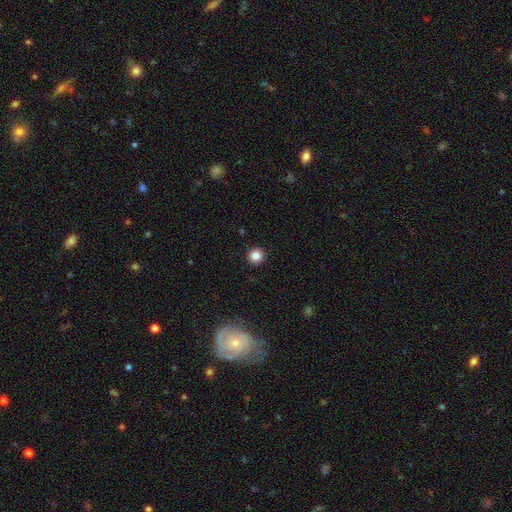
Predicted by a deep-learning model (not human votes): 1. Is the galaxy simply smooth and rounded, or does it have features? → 84% smooth, 11% star or artifact, 5% featured or disk.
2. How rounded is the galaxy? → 95% round, 4% in between, 1% cigar-shaped.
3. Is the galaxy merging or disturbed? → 93% none, 4% minor disturbance, 1% major disturbance, 1% merger.